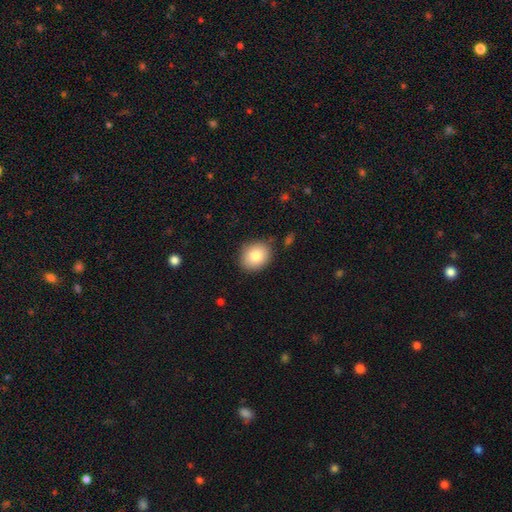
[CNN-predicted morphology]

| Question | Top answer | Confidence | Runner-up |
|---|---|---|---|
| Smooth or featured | smooth | 81% | featured or disk (10%) |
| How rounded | round | 57% | in between (42%) |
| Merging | none | 85% | minor disturbance (10%) |